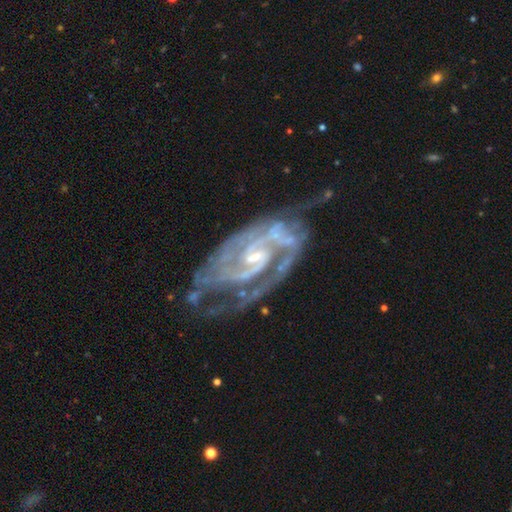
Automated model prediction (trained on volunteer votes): Smooth or featured? featured or disk (90%)
Edge-on disk? no (96%)
Bar? weak (46%)
Spiral arms? yes (96%)
Spiral winding? tight (47%)
Spiral arm count? 2 (56%)
Bulge size? small (59%)
Merging? none (52%)